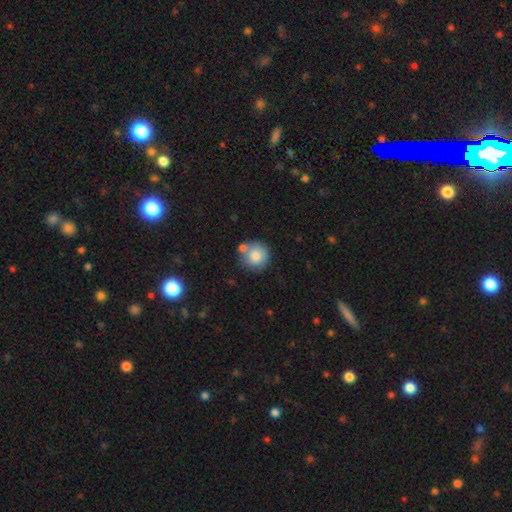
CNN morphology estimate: A smooth galaxy with no disk features (80%) that is round (94%). Merging: none (66%).